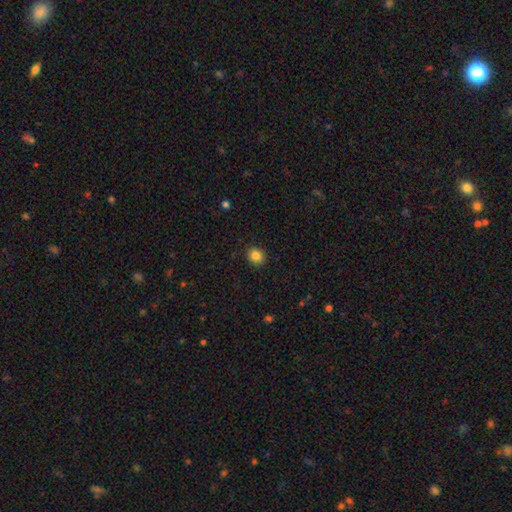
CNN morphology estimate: Smooth or featured: smooth — 85% (star or artifact — 10%)
How rounded: round — 78% (in between — 21%)
Merging: none — 90% (minor disturbance — 7%)